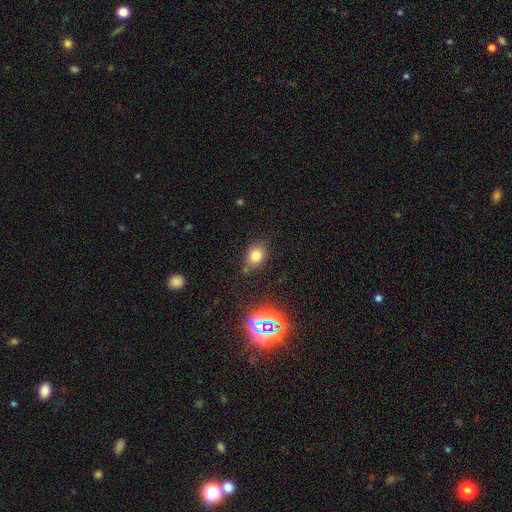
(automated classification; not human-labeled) Morphology: type=smooth (76%); roundness=in between (66%); merging=none (74%).